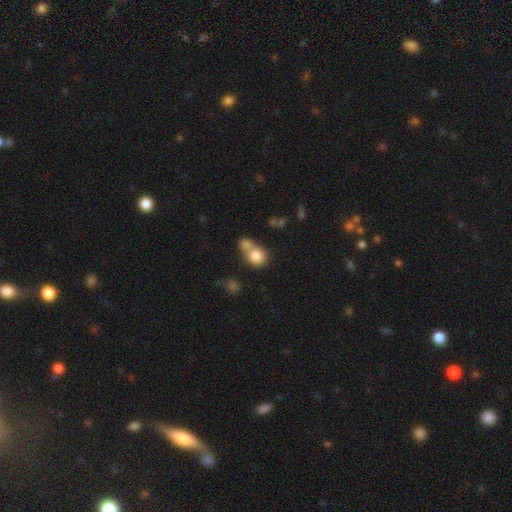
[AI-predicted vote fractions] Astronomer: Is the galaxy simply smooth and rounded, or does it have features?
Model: smooth — 81%.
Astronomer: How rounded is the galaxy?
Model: round — 76%.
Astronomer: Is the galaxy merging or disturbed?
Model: merger — 53% (runner-up: none, 36%).